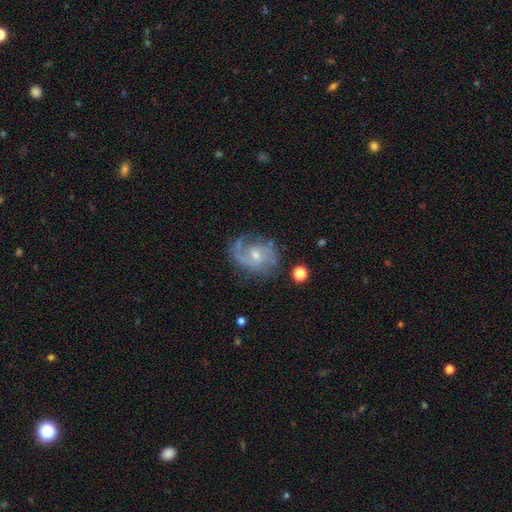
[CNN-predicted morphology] type=featured or disk (82%); edge-on=no (97%); bar=weak (47%); spiral arms=yes (94%); winding=medium (50%); arm count=2 (67%); bulge=small (54%); merging=none (67%).